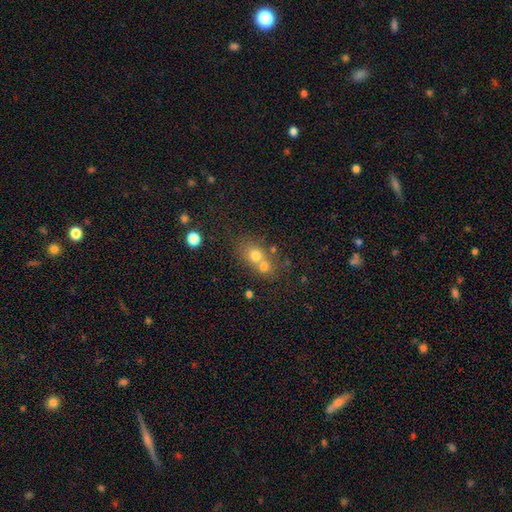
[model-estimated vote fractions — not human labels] Smooth or featured? Predicted: smooth (p=0.69). How rounded? Predicted: round (p=0.60). Merging? Predicted: merger (p=0.54).